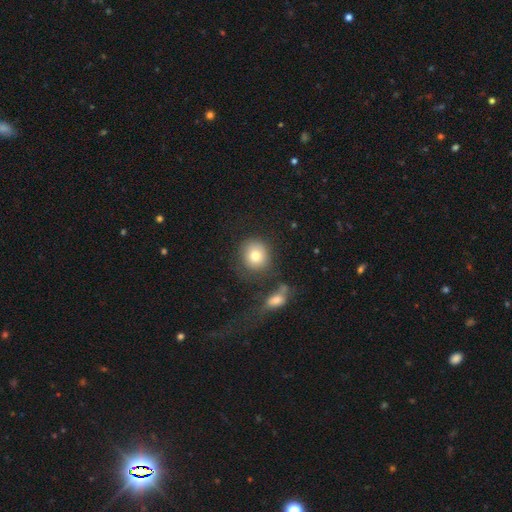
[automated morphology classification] Q: Smooth or featured?
A: smooth (79%); runner-up: featured or disk (12%)
Q: How rounded?
A: round (84%); runner-up: in between (15%)
Q: Merging?
A: none (71%); runner-up: minor disturbance (13%)